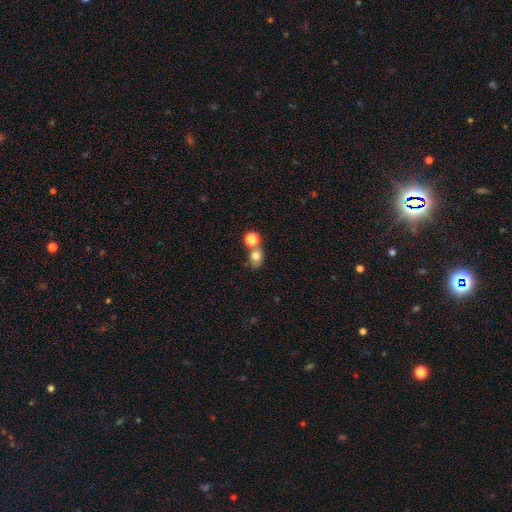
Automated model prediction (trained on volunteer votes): This is likely a smooth galaxy (76%). How rounded: possibly round (50%). Merging: possibly none (47%).